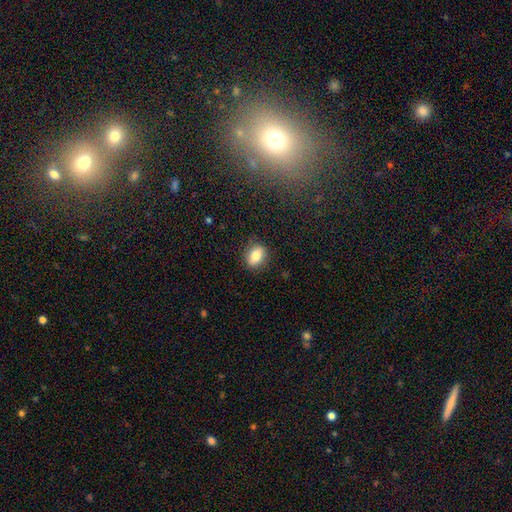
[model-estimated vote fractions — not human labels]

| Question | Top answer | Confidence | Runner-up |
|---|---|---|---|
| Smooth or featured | smooth | 80% | featured or disk (12%) |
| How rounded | in between | 68% | round (30%) |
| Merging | none | 83% | minor disturbance (13%) |